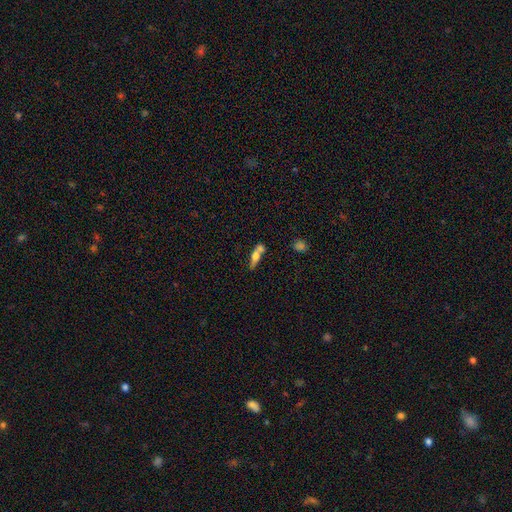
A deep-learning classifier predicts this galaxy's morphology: This is possibly a smooth galaxy (48%). Merging: possibly none (47%).